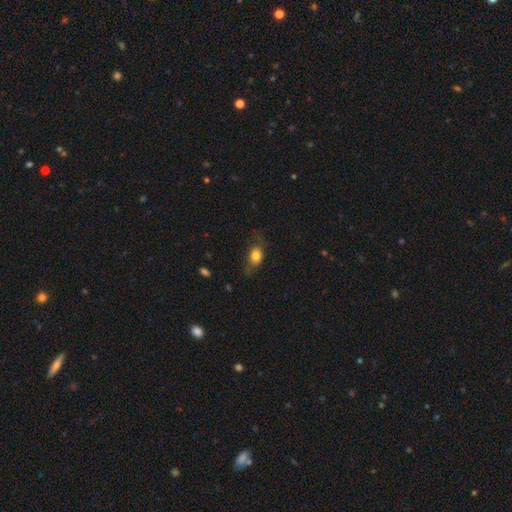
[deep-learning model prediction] Smooth or featured? Predicted: smooth (p=0.75). How rounded? Predicted: in between (p=0.71). Merging? Predicted: none (p=0.58).